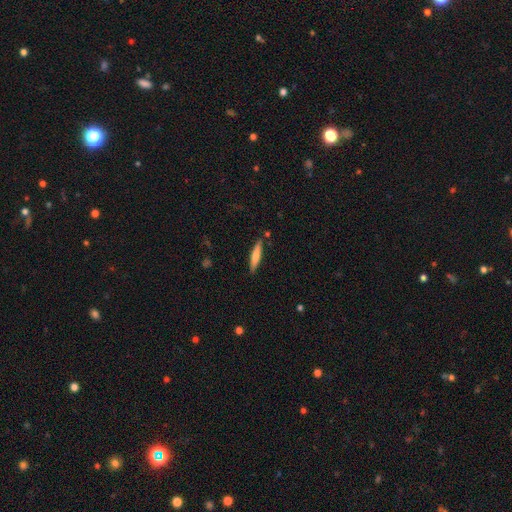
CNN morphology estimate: This appears to be a smooth galaxy with no disk features (65%) that is cigar-shaped (88%). Merging: none (87%).